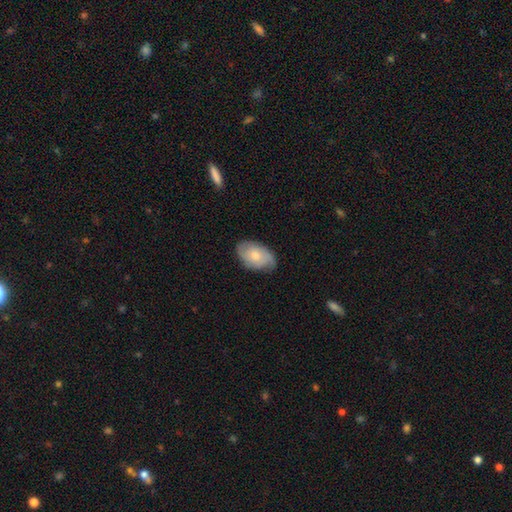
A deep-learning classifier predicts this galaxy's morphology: smooth-or-featured: featured or disk: 47% (tied) | smooth: 47% (tied) | star or artifact: 6%
  merging: none: 69% | minor disturbance: 25% | major disturbance: 5% | merger: 1%